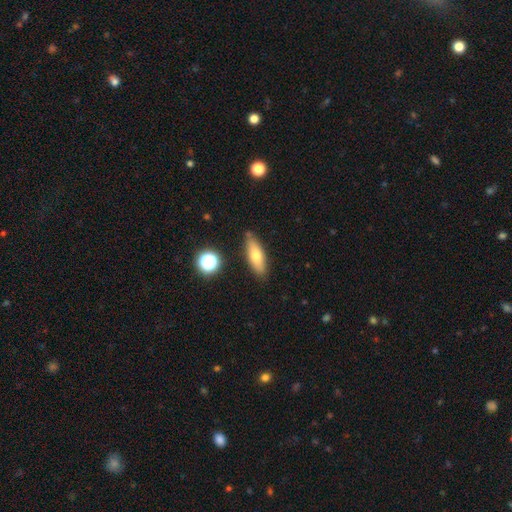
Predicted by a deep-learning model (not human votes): Overall: smooth (68%). How rounded: in between (53%; cigar-shaped 43%). Merging: none (82%).